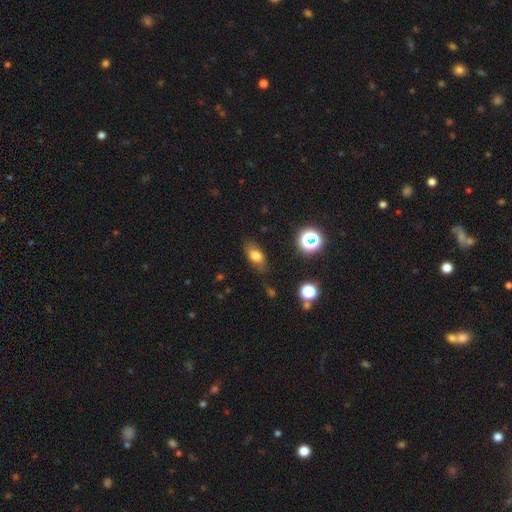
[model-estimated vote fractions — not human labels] A smooth galaxy with no disk features (73%) that is in between round and cigar-shaped (81%). Merging: none (77%).